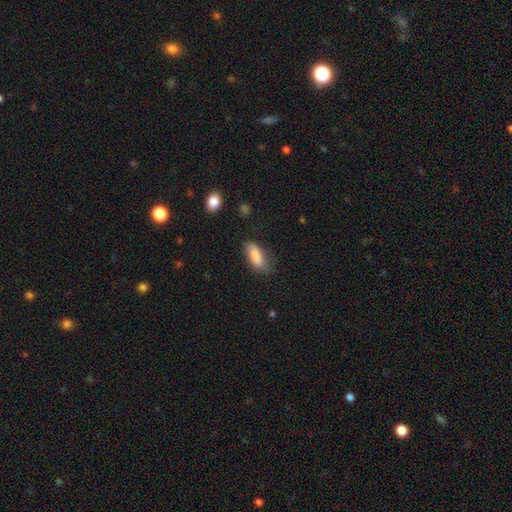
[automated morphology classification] A smooth galaxy with no disk features (84%) that is in between round and cigar-shaped (72%). Merging: none (72%).